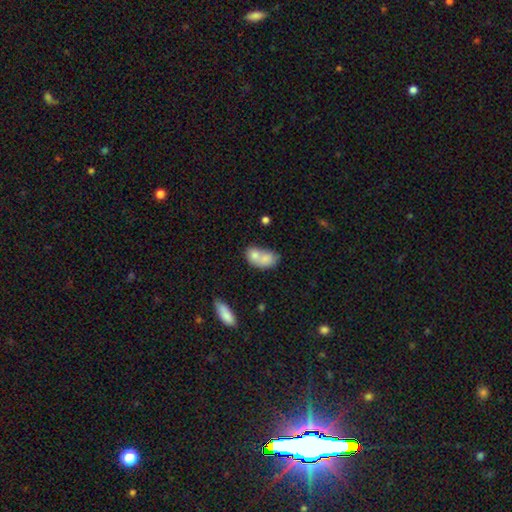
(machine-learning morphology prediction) Overall: smooth (72%). How rounded: in between (74%). Merging: merger (64%).